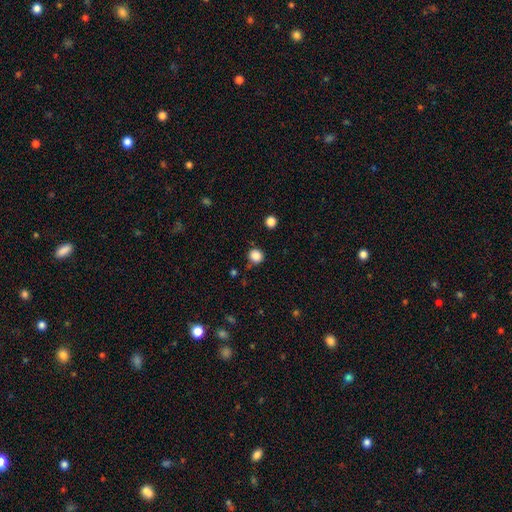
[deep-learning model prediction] A smooth galaxy with no disk features (85%) that is round (88%).

Vote fractions:
- Smooth or featured? smooth: 85% / star or artifact: 11% / featured or disk: 3%
- How rounded? round: 88% / in between: 11% / cigar-shaped: 1%
- Merging? none: 83% / minor disturbance: 11% / major disturbance: 3% / merger: 3%